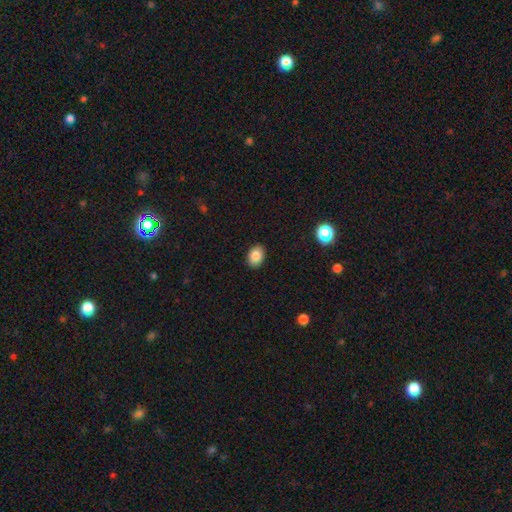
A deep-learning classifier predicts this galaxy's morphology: Smooth or featured?
  - smooth: 85% *
  - star or artifact: 9%
  - featured or disk: 6%
How rounded?
  - in between: 74% *
  - round: 25%
  - cigar-shaped: 1%
Merging?
  - none: 90% *
  - minor disturbance: 7%
  - major disturbance: 2%
  - merger: 1%